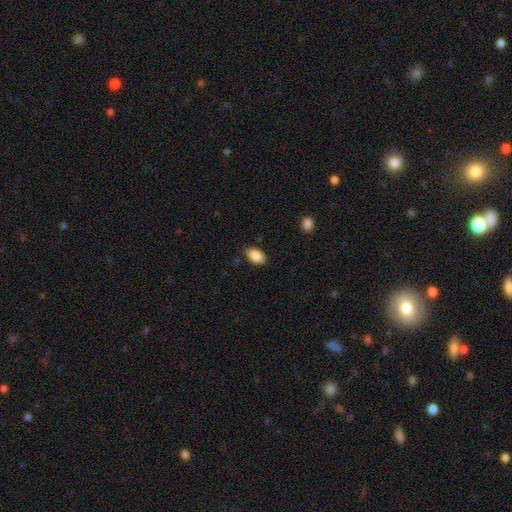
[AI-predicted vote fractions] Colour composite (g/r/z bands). It shows a smooth galaxy with no disk features (88%) that is in between round and cigar-shaped (93%). Merging: none (83%).